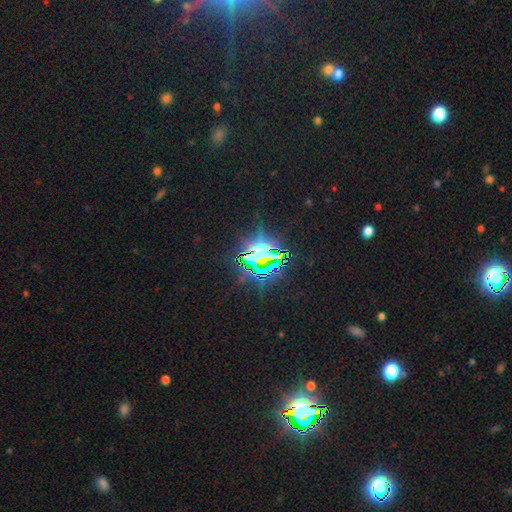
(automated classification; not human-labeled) This appears to be a star or artifact, not a galaxy (82%).